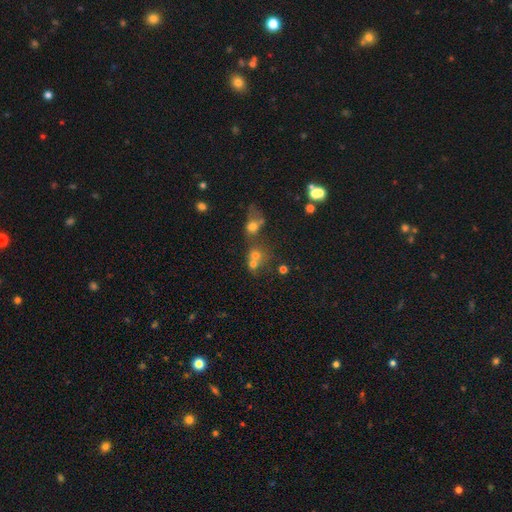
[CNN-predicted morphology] Q: Smooth or featured?
A: smooth (64%); runner-up: star or artifact (19%)
Q: How rounded?
A: round (72%); runner-up: in between (27%)
Q: Merging?
A: merger (55%); runner-up: none (30%)